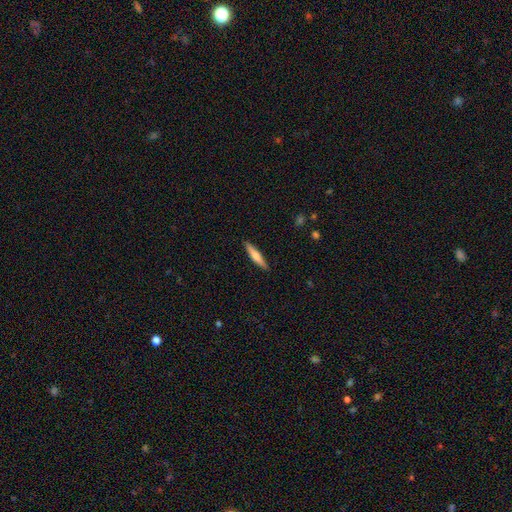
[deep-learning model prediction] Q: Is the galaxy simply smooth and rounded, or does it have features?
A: smooth — 60%.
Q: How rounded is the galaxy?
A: cigar-shaped — 88%.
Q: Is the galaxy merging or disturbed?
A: none — 90%.